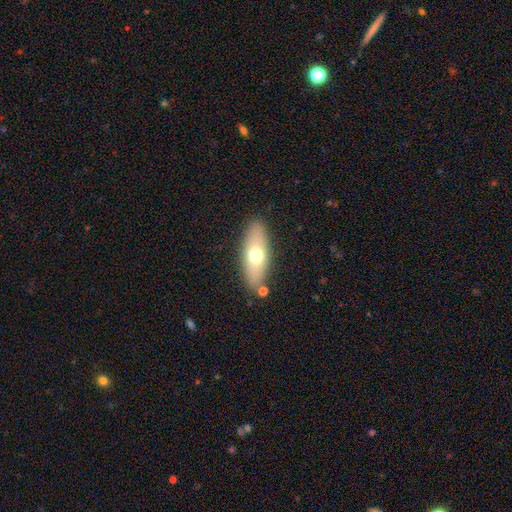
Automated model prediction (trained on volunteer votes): Smooth or featured? Predicted: smooth (p=0.64). How rounded? Predicted: in between (p=0.69). Merging? Predicted: none (p=0.83).